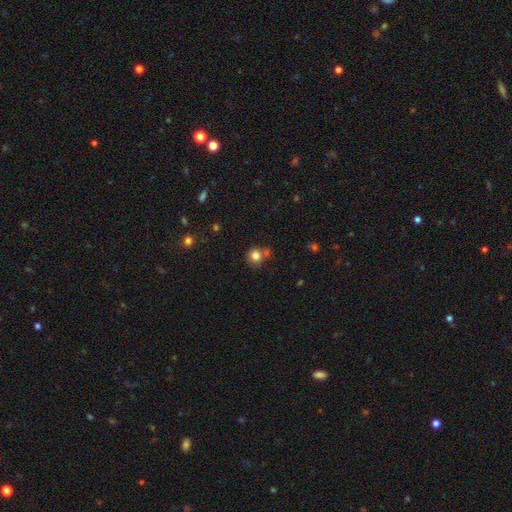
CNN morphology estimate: smooth_or_featured: smooth (p=0.82) [alt: star or artifact p=0.11]
how_rounded: round (p=0.85) [alt: in between p=0.14]
merging: none (p=0.63) [alt: merger p=0.18]